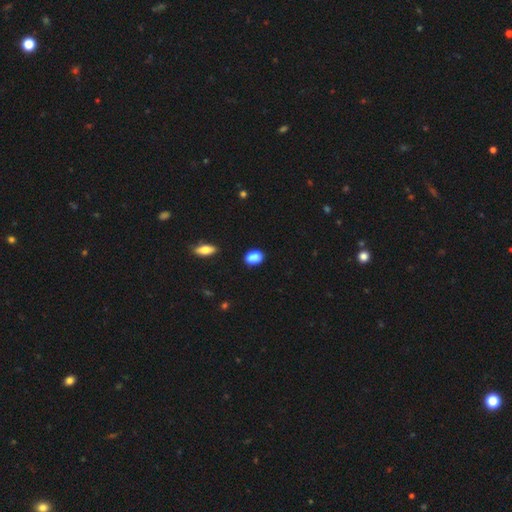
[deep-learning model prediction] Morphology: type=smooth (86%); roundness=in between (74%); merging=none (76%).